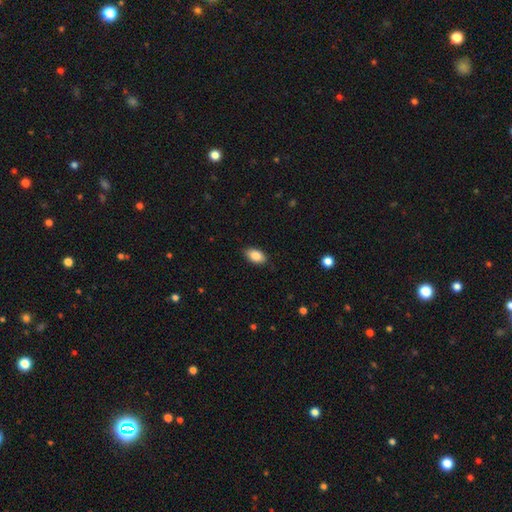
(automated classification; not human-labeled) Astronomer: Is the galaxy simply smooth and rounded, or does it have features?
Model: smooth — 85%.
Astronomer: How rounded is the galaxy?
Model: in between — 92%.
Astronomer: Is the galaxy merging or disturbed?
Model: none — 87%.